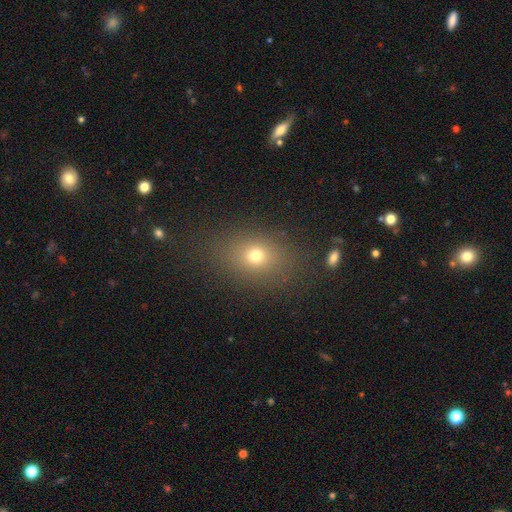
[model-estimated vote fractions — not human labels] A smooth galaxy with no disk features (71%) that is in between round and cigar-shaped (58%). Merging: none (82%).